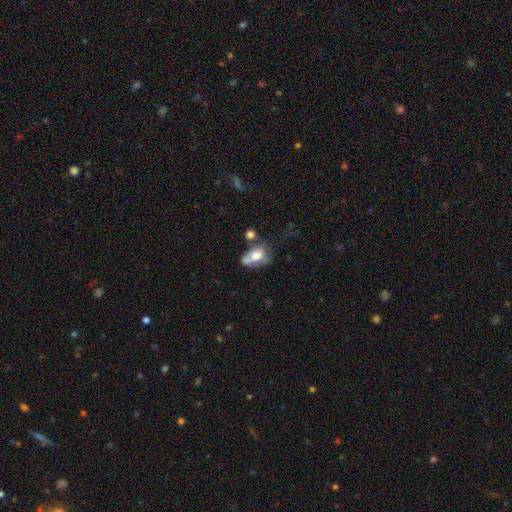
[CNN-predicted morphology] smooth-or-featured: smooth: 64% | featured or disk: 26% | star or artifact: 10%
  how-rounded: in between: 79% | round: 19% | cigar-shaped: 2%
  merging: merger: 37% | none: 25% | minor disturbance: 19% | major disturbance: 19%